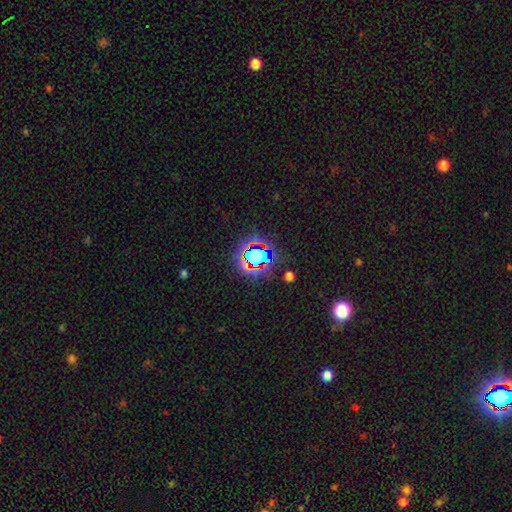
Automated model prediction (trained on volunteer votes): Smooth or featured?
  - star or artifact: 63% *
  - smooth: 24%
  - featured or disk: 13%